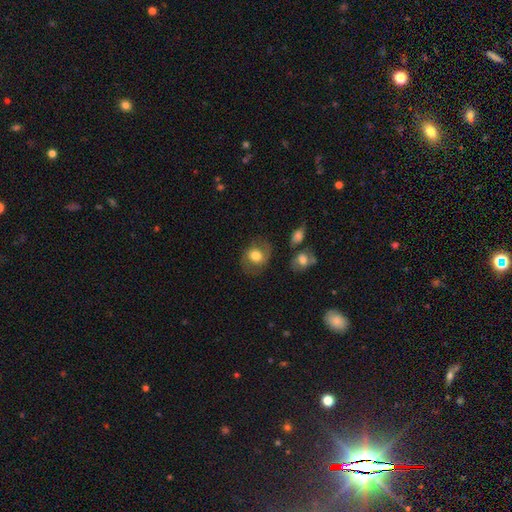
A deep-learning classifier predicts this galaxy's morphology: Smooth or featured?
  - smooth: 64% *
  - featured or disk: 28%
  - star or artifact: 8%
How rounded?
  - round: 57% *
  - in between: 42%
  - cigar-shaped: 1%
Merging?
  - none: 71% *
  - minor disturbance: 18%
  - major disturbance: 8%
  - merger: 3%